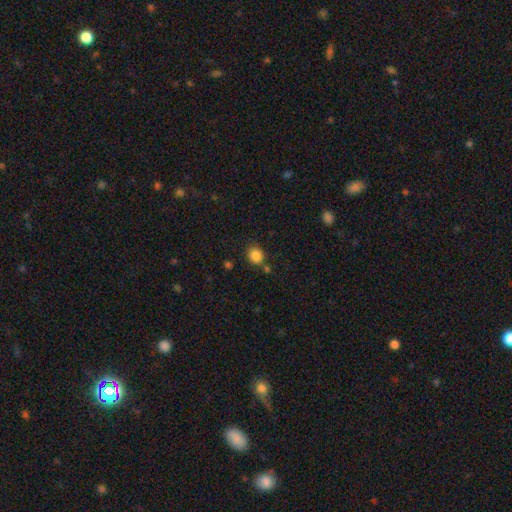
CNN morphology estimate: Overall: smooth (86%). How rounded: round (73%). Merging: none (75%).